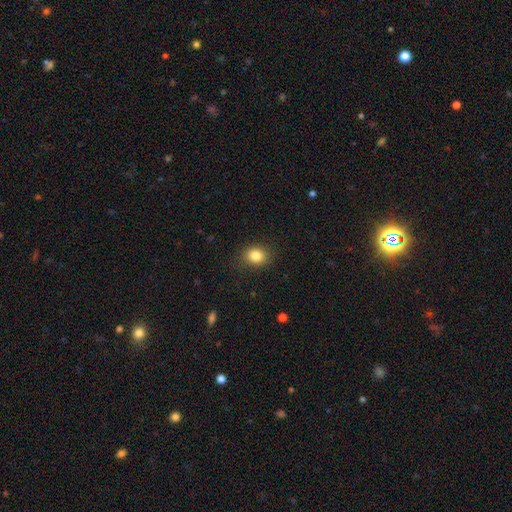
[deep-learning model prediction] smooth-or-featured: smooth: 83% | star or artifact: 10% | featured or disk: 6%
  how-rounded: round: 56% | in between: 43% | cigar-shaped: 1%
  merging: none: 85% | minor disturbance: 10% | major disturbance: 3% | merger: 1%